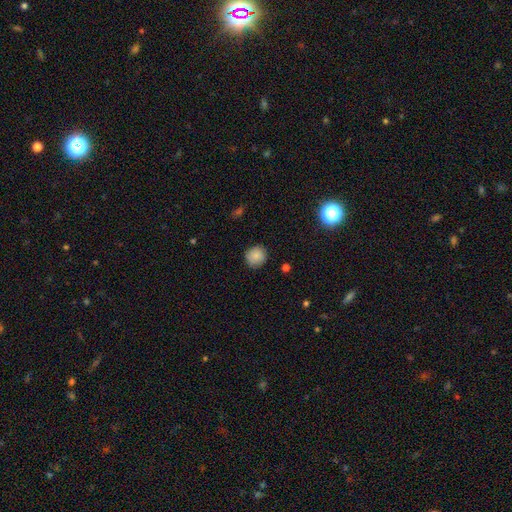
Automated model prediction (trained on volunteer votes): Smooth or featured? Predicted: smooth (p=0.86). How rounded? Predicted: round (p=0.92). Merging? Predicted: none (p=0.86).